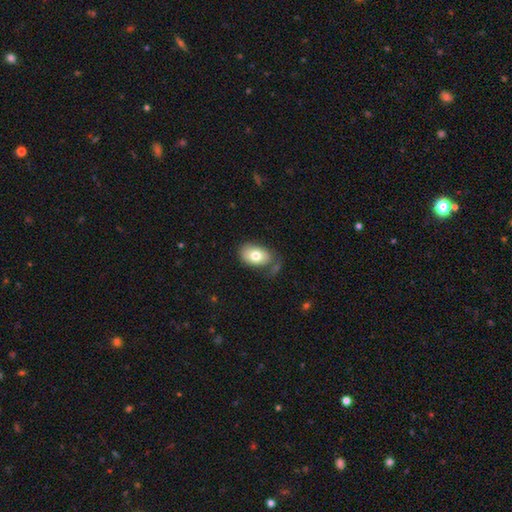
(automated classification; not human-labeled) smooth 76%, featured or disk 17%, star or artifact 8%. Down the decision tree: how rounded — in between (86%); merging — none (59%).